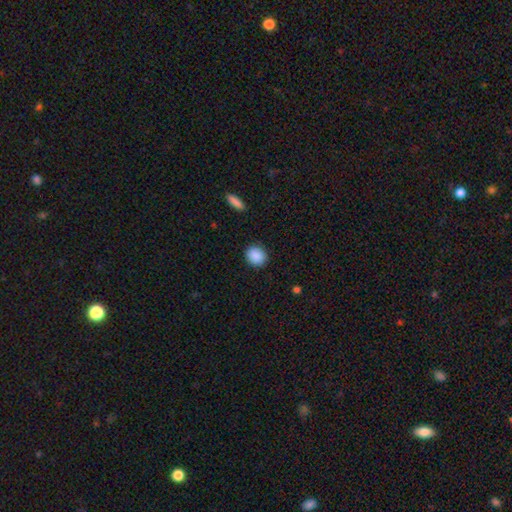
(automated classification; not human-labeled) The model was most divided on "how rounded": round: 79%, in between: 20%, cigar-shaped: 1%. More confident: merging — none (90%); smooth or featured — smooth (89%).